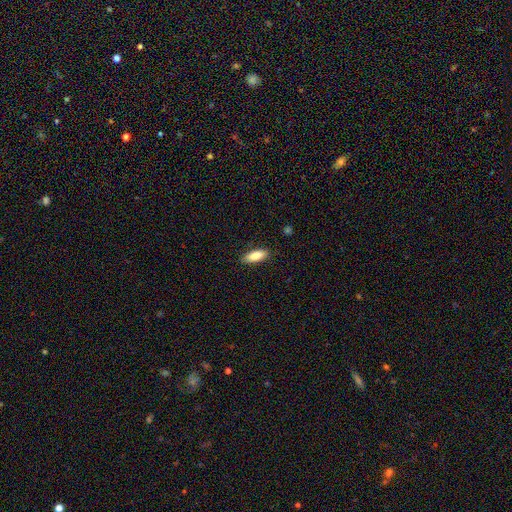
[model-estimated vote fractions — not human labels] Q: Smooth or featured?
A: smooth (84%); runner-up: featured or disk (9%)
Q: How rounded?
A: in between (71%); runner-up: cigar-shaped (27%)
Q: Merging?
A: none (87%); runner-up: minor disturbance (10%)